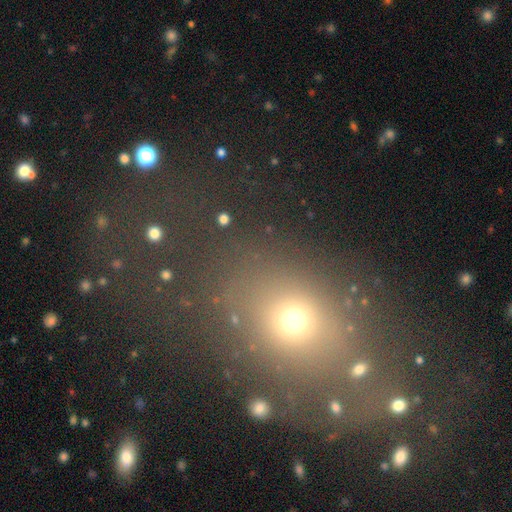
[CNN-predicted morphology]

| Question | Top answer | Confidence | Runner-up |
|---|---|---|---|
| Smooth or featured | smooth | 58% | star or artifact (27%) |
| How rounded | in between | 56% | round (40%) |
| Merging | none | 68% | minor disturbance (14%) |